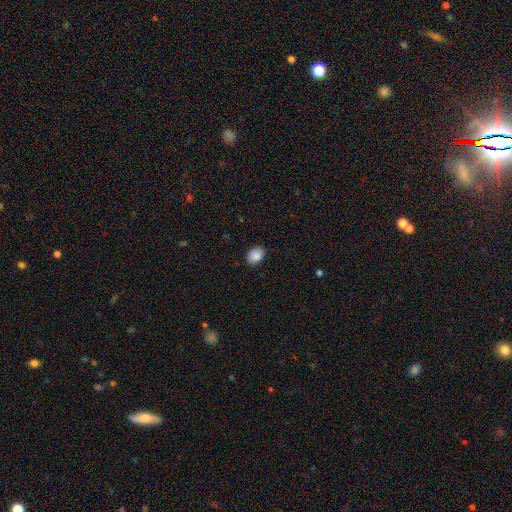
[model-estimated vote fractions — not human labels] Q: Smooth or featured?
A: smooth (88%); runner-up: star or artifact (8%)
Q: How rounded?
A: in between (76%); runner-up: round (23%)
Q: Merging?
A: none (85%); runner-up: minor disturbance (12%)